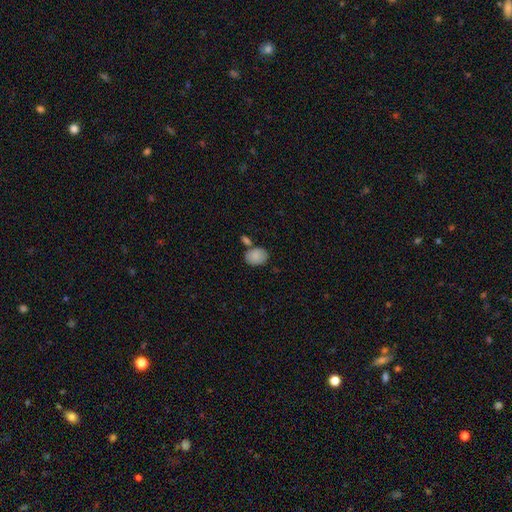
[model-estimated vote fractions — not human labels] Smooth or featured: smooth — 86% (star or artifact — 7%)
How rounded: in between — 75% (round — 24%)
Merging: none — 64% (merger — 19%)